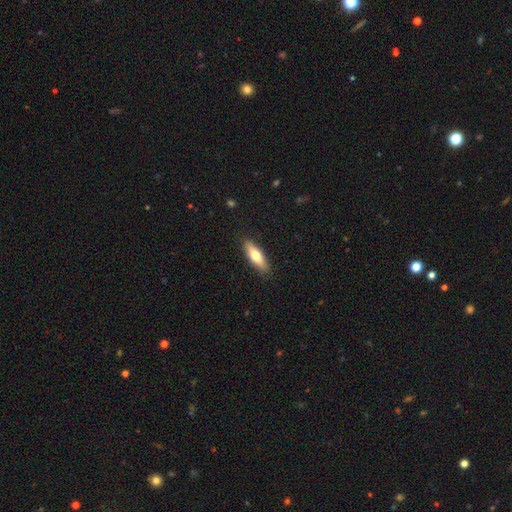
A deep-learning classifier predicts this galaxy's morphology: Smooth or featured? Predicted: smooth (p=0.65). How rounded? Predicted: in between (p=0.50). Merging? Predicted: none (p=0.88).